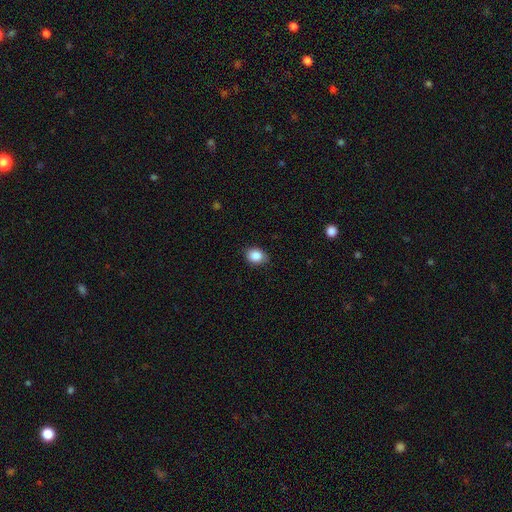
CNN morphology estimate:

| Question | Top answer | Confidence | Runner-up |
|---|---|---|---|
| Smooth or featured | smooth | 87% | star or artifact (9%) |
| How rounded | in between | 56% | round (43%) |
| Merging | none | 82% | minor disturbance (15%) |